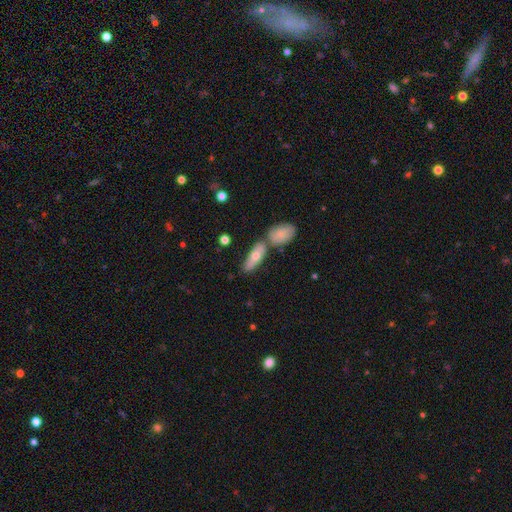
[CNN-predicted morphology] type=smooth (58%); roundness=in between (58%); merging=none (56%).